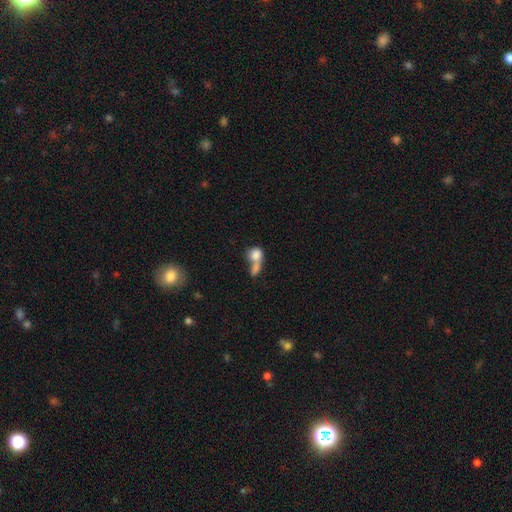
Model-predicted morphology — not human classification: This is likely a smooth galaxy (77%). How rounded: possibly round (54%). Merging: likely merger (67%).